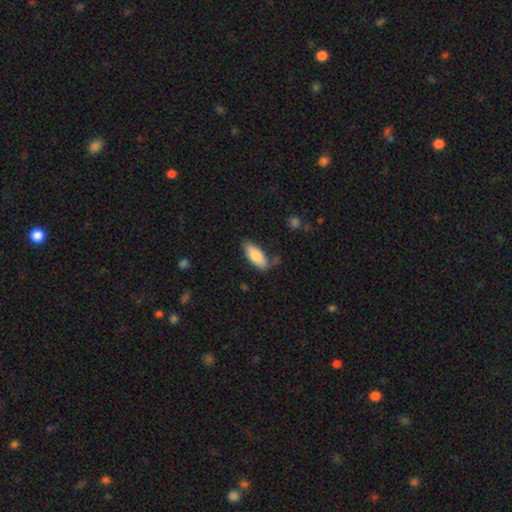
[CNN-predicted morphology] The model was most divided on "merging": none: 72%, minor disturbance: 19%, merger: 4%, major disturbance: 4%. More confident: how rounded — in between (83%); smooth or featured — smooth (81%).